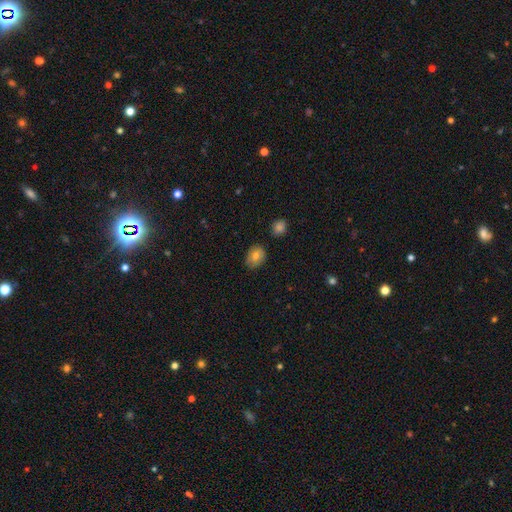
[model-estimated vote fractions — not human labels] Smooth or featured?
  - smooth: 74% *
  - featured or disk: 17%
  - star or artifact: 9%
How rounded?
  - in between: 61% *
  - round: 38%
  - cigar-shaped: 1%
Merging?
  - none: 80% *
  - minor disturbance: 15%
  - major disturbance: 3%
  - merger: 2%